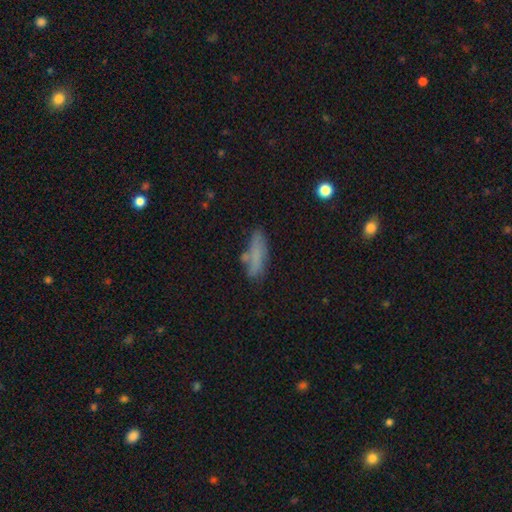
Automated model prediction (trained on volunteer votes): A smooth galaxy with no disk features (70%) that is cigar-shaped (61%).

Vote fractions:
- Smooth or featured? smooth: 70% / featured or disk: 20% / star or artifact: 10%
- How rounded? cigar-shaped: 61% / in between: 36% / round: 2%
- Merging? none: 59% / minor disturbance: 23% / major disturbance: 9% / merger: 9%